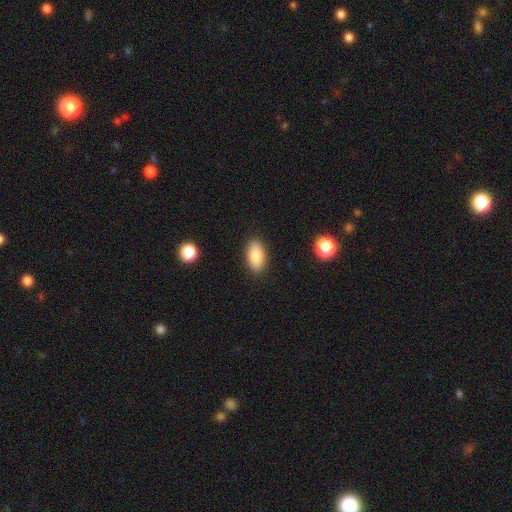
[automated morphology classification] The model was most divided on "smooth or featured": smooth: 84%, featured or disk: 9%, star or artifact: 7%. More confident: how rounded — in between (93%); merging — none (88%).